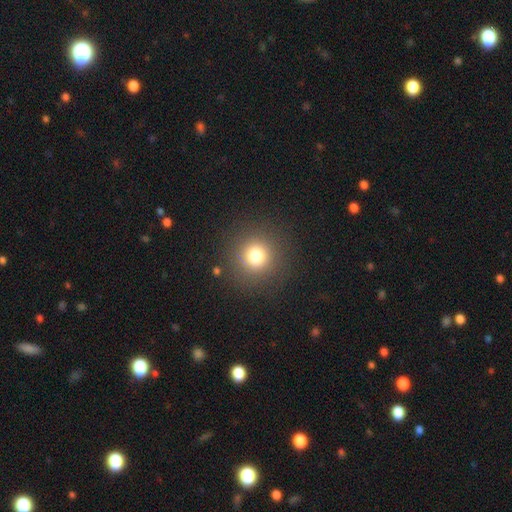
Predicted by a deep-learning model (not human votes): The model was most divided on "smooth or featured": smooth: 76%, star or artifact: 16%, featured or disk: 9%. More confident: how rounded — round (94%); merging — none (88%).